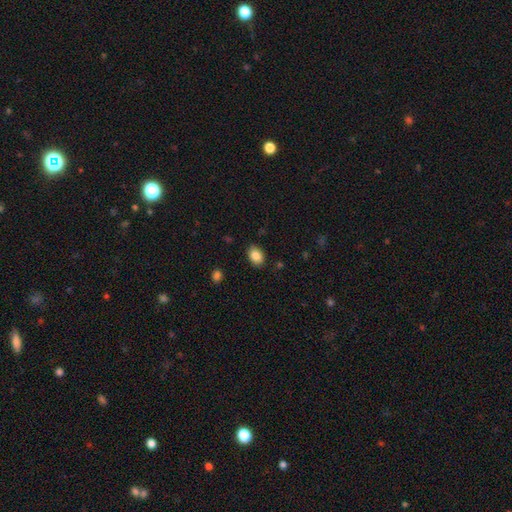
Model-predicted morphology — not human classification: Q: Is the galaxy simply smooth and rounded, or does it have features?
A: smooth — 86%.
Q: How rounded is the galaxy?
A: in between — 77%.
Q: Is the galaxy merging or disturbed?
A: none — 85%.